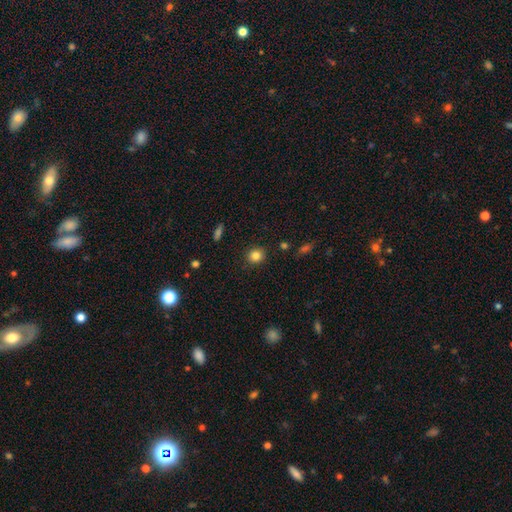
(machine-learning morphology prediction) Q: Smooth or featured?
A: smooth (83%); runner-up: star or artifact (11%)
Q: How rounded?
A: round (84%); runner-up: in between (14%)
Q: Merging?
A: none (89%); runner-up: minor disturbance (7%)